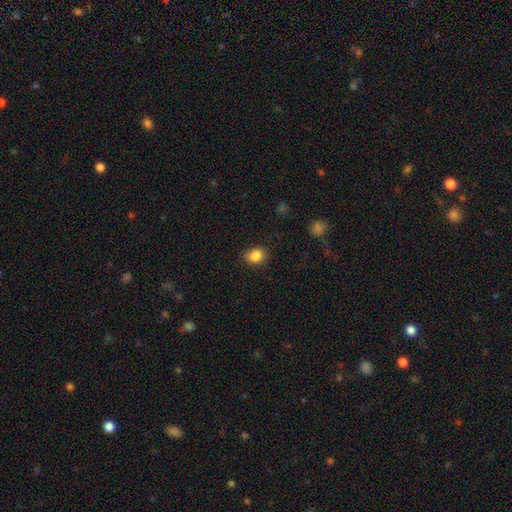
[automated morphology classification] Overall: smooth (86%). How rounded: round (53%; in between 46%). Merging: none (82%).